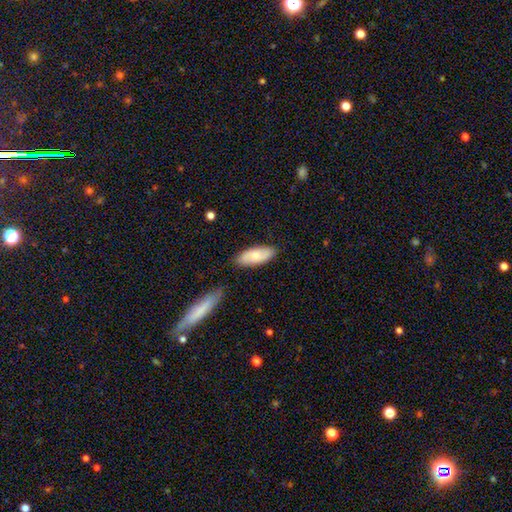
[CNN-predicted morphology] Smooth or featured?
  - smooth: 71% *
  - featured or disk: 23%
  - star or artifact: 6%
How rounded?
  - in between: 81% *
  - cigar-shaped: 17%
  - round: 2%
Merging?
  - none: 83% *
  - minor disturbance: 13%
  - merger: 2%
  - major disturbance: 2%